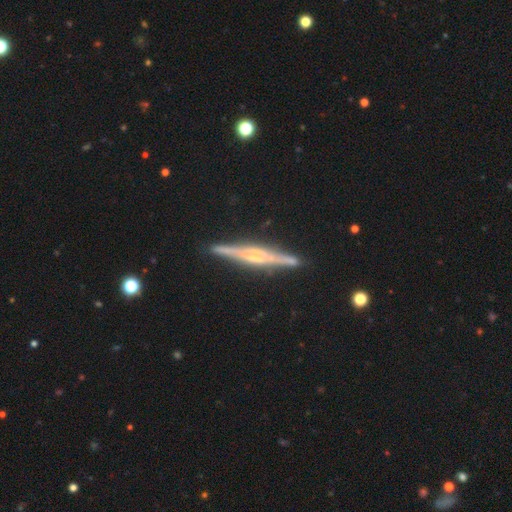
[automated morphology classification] This is clearly a featured or disk galaxy (84%). It is clearly viewed edge-on (98%). Edge-on bulge: possibly rounded (48%). Merging: clearly none (90%).